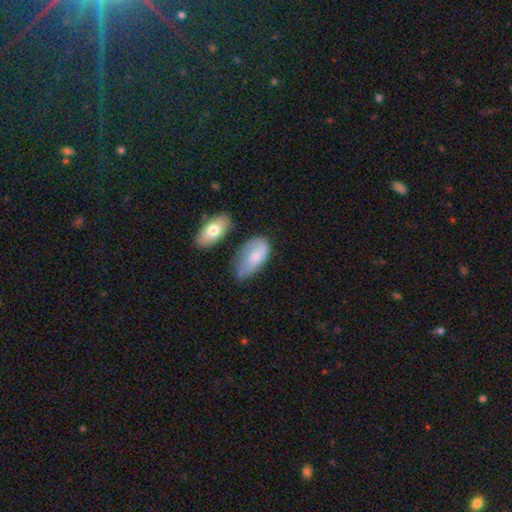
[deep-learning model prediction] A smooth galaxy with no disk features (69%) that is in between round and cigar-shaped (93%).

Vote fractions:
- Smooth or featured? smooth: 69% / featured or disk: 25% / star or artifact: 6%
- How rounded? in between: 93% / cigar-shaped: 4% / round: 3%
- Merging? minor disturbance: 40% / none: 39% / major disturbance: 15% / merger: 6%